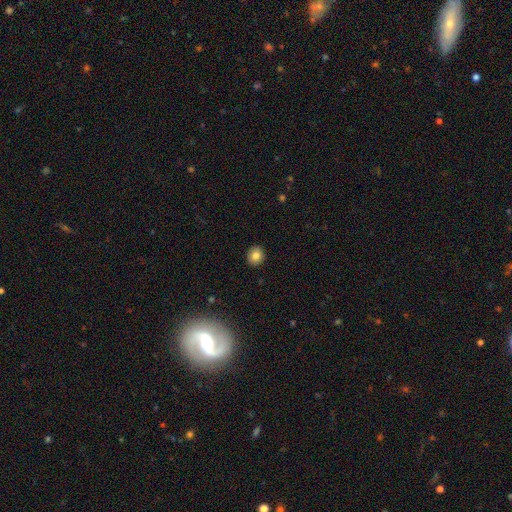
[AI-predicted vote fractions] Overall: smooth (82%). How rounded: round (82%). Merging: none (92%).